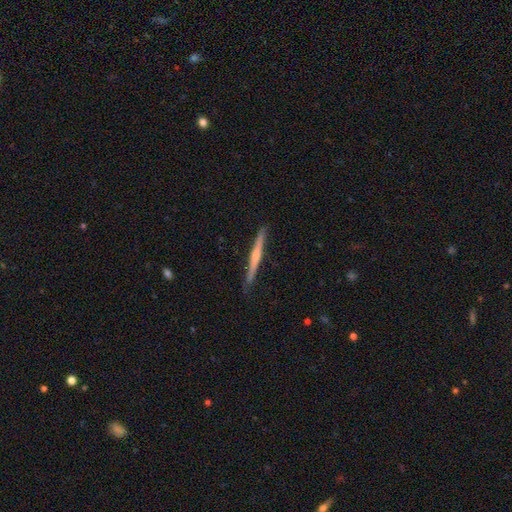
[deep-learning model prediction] This appears to be a featured or disk galaxy (63%) viewed edge-on (98%) with a rounded central bulge (58%). Merging: none (88%).